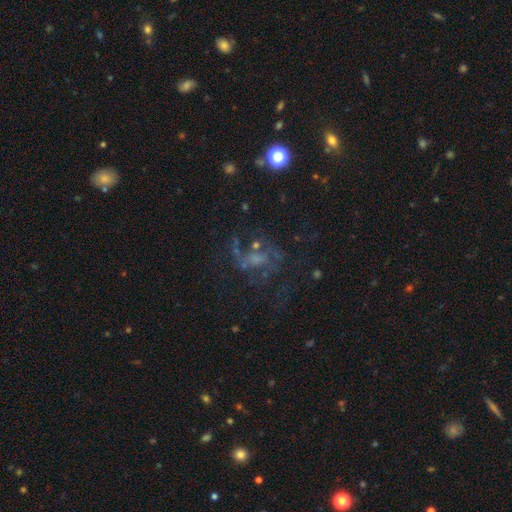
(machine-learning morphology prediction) type=featured or disk (57%); edge-on=no (97%); bar=no (67%); spiral arms=yes (54%); bulge=none (43%); merging=none (45%).